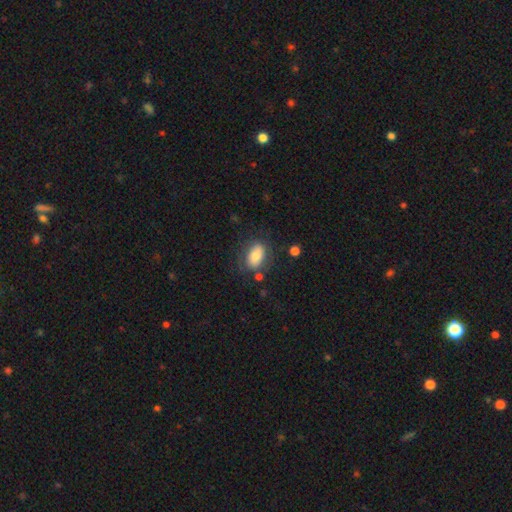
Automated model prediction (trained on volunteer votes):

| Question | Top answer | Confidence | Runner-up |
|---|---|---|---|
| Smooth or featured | smooth | 75% | featured or disk (17%) |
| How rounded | in between | 88% | round (10%) |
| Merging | none | 69% | minor disturbance (18%) |